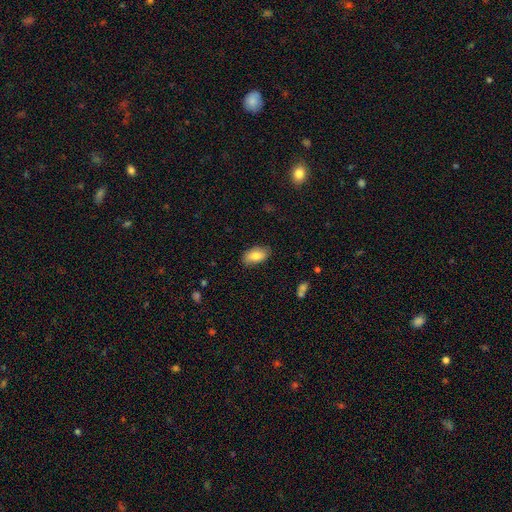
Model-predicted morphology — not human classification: type=smooth (82%); roundness=in between (93%); merging=none (83%).